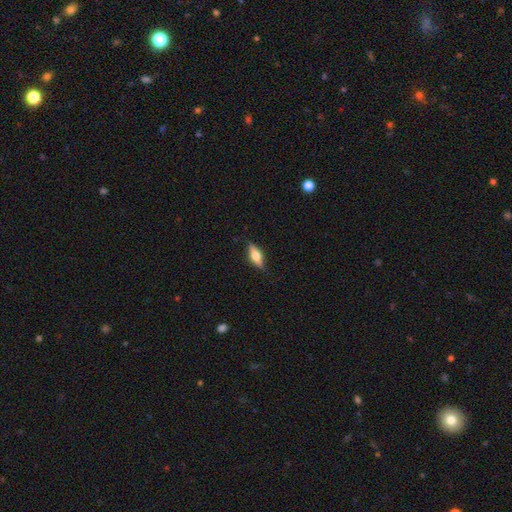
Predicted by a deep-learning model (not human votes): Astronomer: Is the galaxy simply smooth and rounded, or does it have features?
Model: featured or disk — 50% (runner-up: smooth, 43%).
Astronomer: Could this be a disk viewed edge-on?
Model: yes — 92%.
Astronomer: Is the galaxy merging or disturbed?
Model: none — 84%.